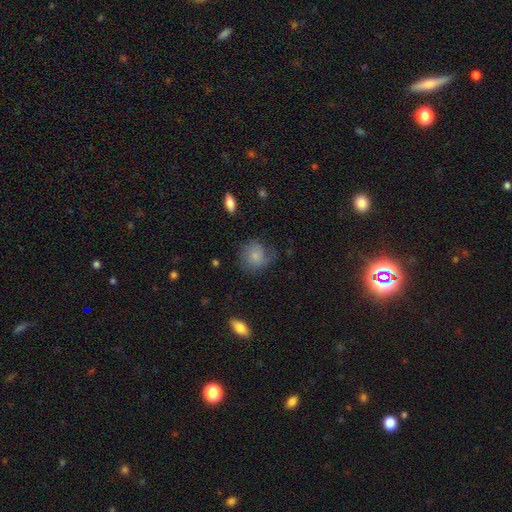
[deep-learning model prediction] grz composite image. It shows a smooth galaxy with no disk features (68%) that is round (81%). Merging: none (59%).